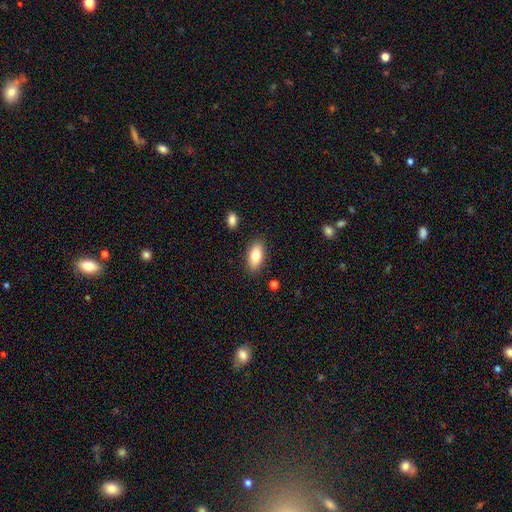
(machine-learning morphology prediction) The model was most divided on "smooth or featured": smooth: 81%, featured or disk: 12%, star or artifact: 7%. More confident: how rounded — in between (87%); merging — none (86%).